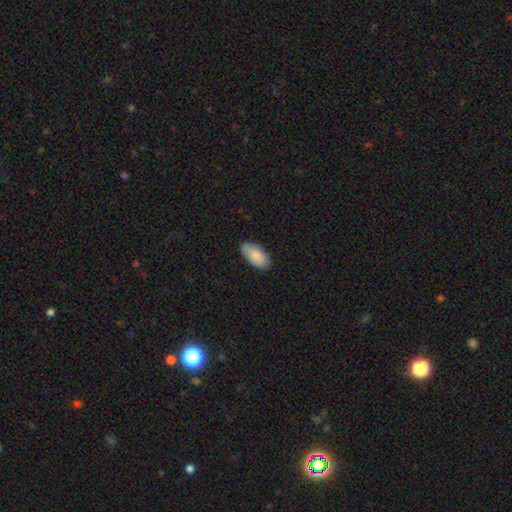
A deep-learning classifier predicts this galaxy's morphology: Smooth or featured: smooth — 83% (featured or disk — 11%)
How rounded: in between — 94% (cigar-shaped — 4%)
Merging: none — 81% (minor disturbance — 15%)